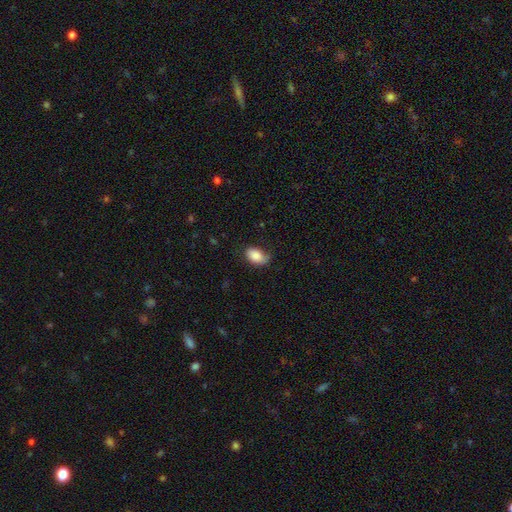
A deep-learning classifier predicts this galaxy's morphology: smooth-or-featured: smooth: 84% | featured or disk: 9% | star or artifact: 7%
  how-rounded: in between: 90% | round: 8% | cigar-shaped: 1%
  merging: none: 61% | minor disturbance: 29% | major disturbance: 8% | merger: 2%